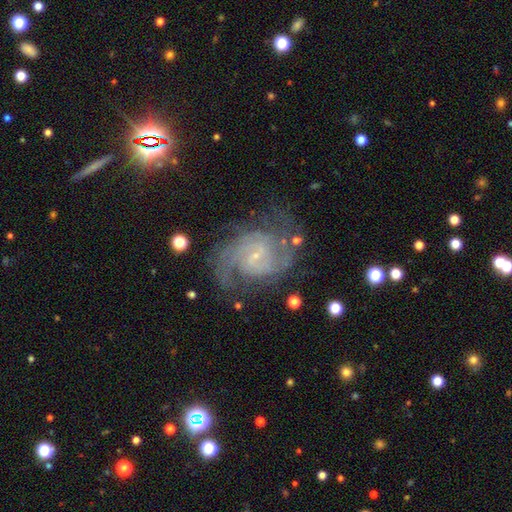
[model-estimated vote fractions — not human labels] smooth_or_featured: featured or disk (p=0.87) [alt: star or artifact p=0.07]
disk_edge_on: no (p=0.98) [alt: yes p=0.02]
bar: weak (p=0.46) [alt: no p=0.44]
has_spiral_arms: yes (p=0.97) [alt: no p=0.03]
spiral_winding: medium (p=0.47) [alt: tight p=0.41]
spiral_arm_count: 2 (p=0.55) [alt: can't tell p=0.17]
bulge_size: small (p=0.79) [alt: moderate p=0.11]
merging: none (p=0.69) [alt: minor disturbance p=0.17]